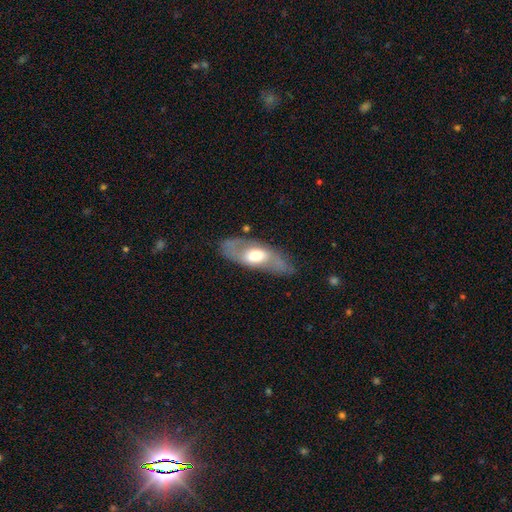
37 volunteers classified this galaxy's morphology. type=featured or disk (51%); edge-on=no (84%); bar=weak (44%); spiral arms=yes (62%); winding=medium (50%); arm count=2 (70%); bulge=moderate (50%); merging=none (52%).